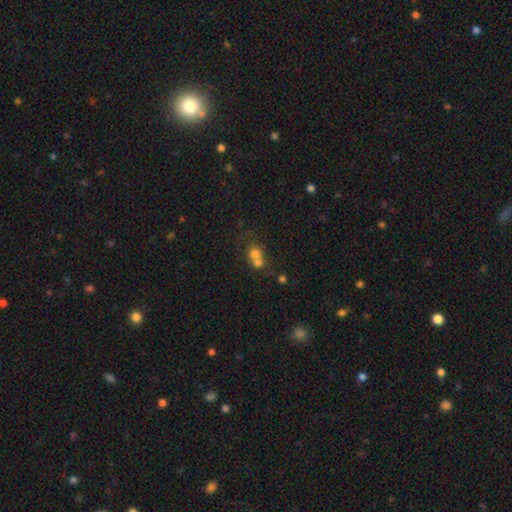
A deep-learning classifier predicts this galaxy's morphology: type=smooth (68%); roundness=round (74%); merging=merger (64%).